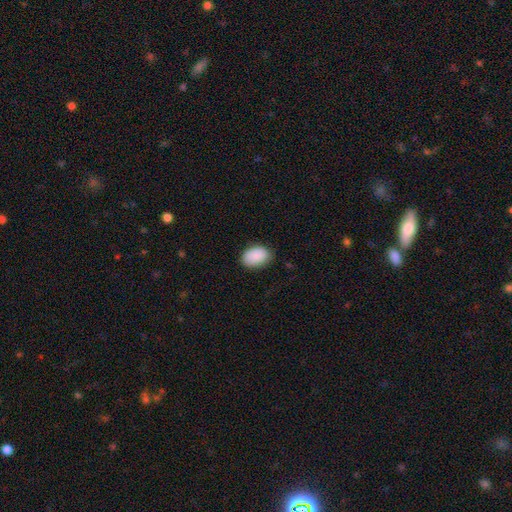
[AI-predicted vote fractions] This is clearly a smooth galaxy (90%). How rounded: clearly in between (87%). Merging: clearly none (83%).